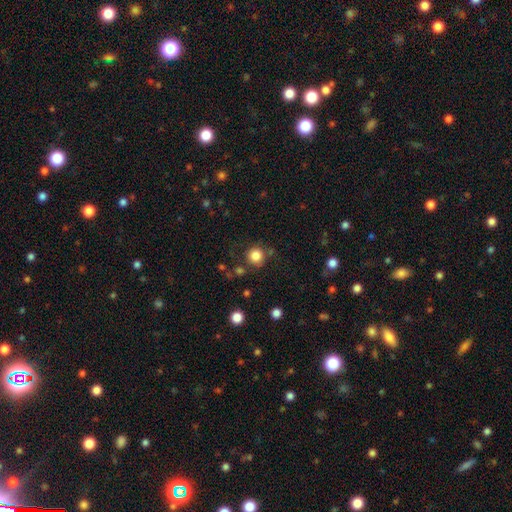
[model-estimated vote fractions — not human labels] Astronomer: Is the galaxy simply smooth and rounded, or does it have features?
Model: smooth — 83%.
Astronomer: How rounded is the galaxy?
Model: round — 93%.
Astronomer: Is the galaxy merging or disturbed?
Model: none — 81%.